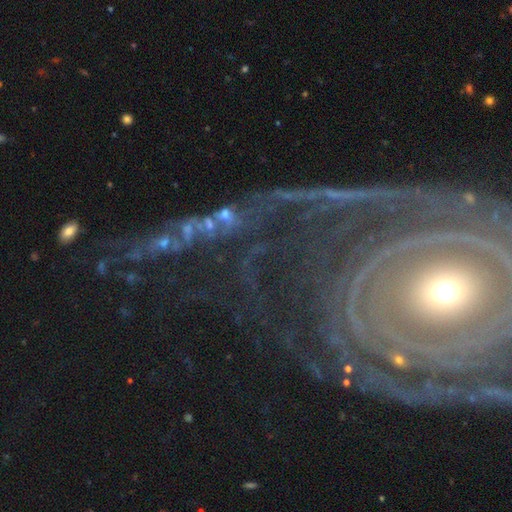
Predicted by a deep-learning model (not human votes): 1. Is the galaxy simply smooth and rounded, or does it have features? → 82% featured or disk, 11% star or artifact, 7% smooth.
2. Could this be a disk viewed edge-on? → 94% no, 6% yes.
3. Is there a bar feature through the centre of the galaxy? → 68% no, 17% weak, 16% strong.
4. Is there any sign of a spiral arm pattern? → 89% yes, 11% no.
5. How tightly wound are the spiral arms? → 72% tight, 19% medium, 9% loose.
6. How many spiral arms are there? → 27% can't tell, 21% 2, 15% 3, 14% more than 4, 13% 4, 11% 1.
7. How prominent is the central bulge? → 48% small, 44% moderate, 4% large, 2% dominant, 2% none.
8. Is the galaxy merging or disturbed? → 65% none, 18% major disturbance, 13% minor disturbance, 4% merger.